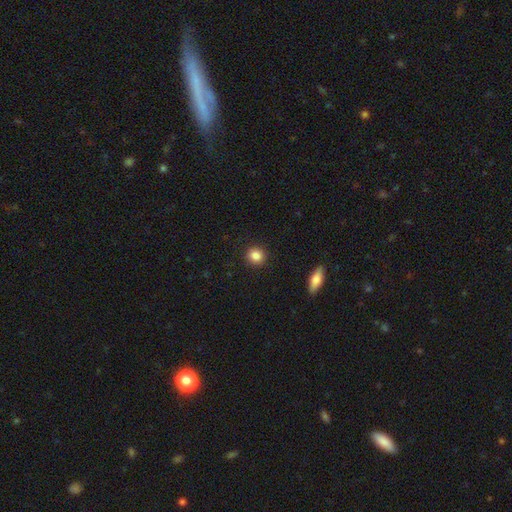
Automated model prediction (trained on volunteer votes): A smooth galaxy with no disk features (85%) that is round (87%). Merging: none (92%).